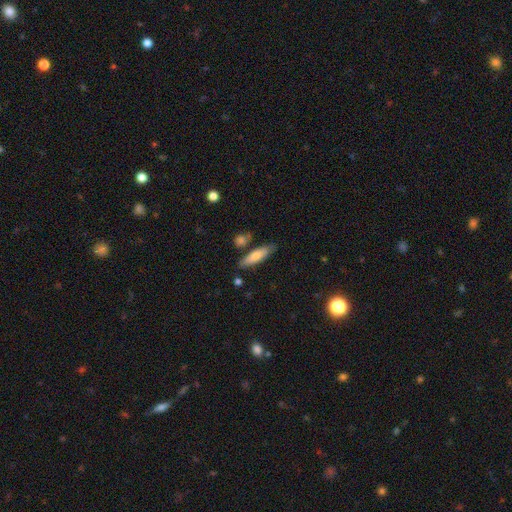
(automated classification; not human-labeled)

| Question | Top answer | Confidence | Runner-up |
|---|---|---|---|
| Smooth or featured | smooth | 69% | featured or disk (24%) |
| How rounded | cigar-shaped | 65% | in between (33%) |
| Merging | none | 78% | minor disturbance (13%) |